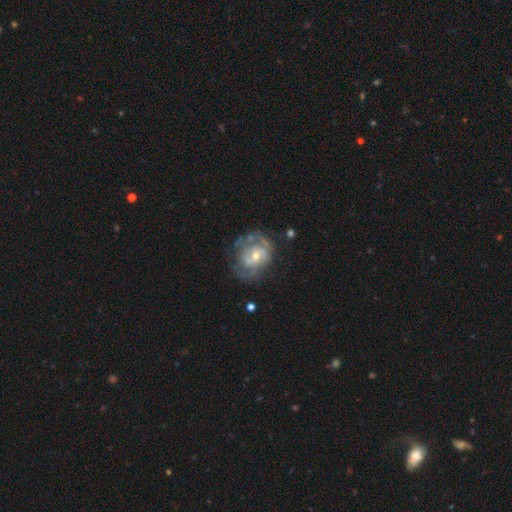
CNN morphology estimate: This appears to be a featured or disk galaxy (79%) with no bar (62%), 2 (37%) tight (50%) spiral arms (81%) and a moderate central bulge (53%). Merging: none (56%).